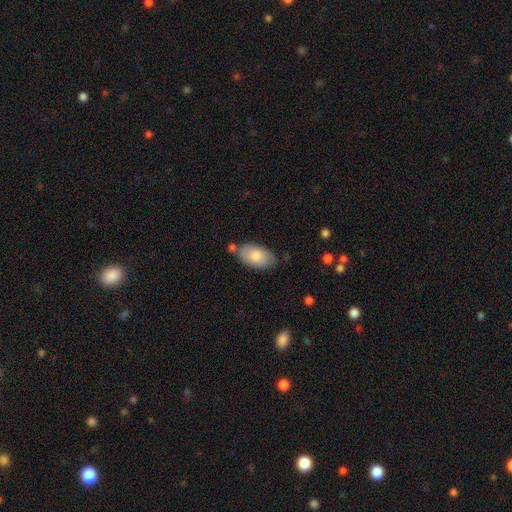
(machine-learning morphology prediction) A smooth galaxy with no disk features (79%) that is in between round and cigar-shaped (95%).

Vote fractions:
- Smooth or featured? smooth: 79% / featured or disk: 15% / star or artifact: 6%
- How rounded? in between: 95% / round: 4% / cigar-shaped: 2%
- Merging? none: 68% / minor disturbance: 20% / merger: 8% / major disturbance: 4%